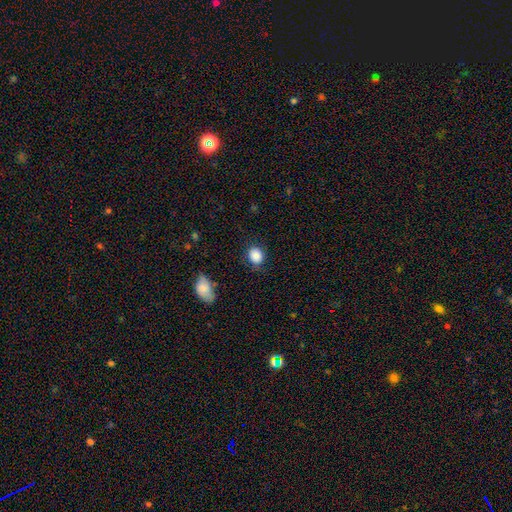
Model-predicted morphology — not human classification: Smooth or featured: smooth — 87% (star or artifact — 8%)
How rounded: round — 60% (in between — 38%)
Merging: none — 80% (minor disturbance — 14%)